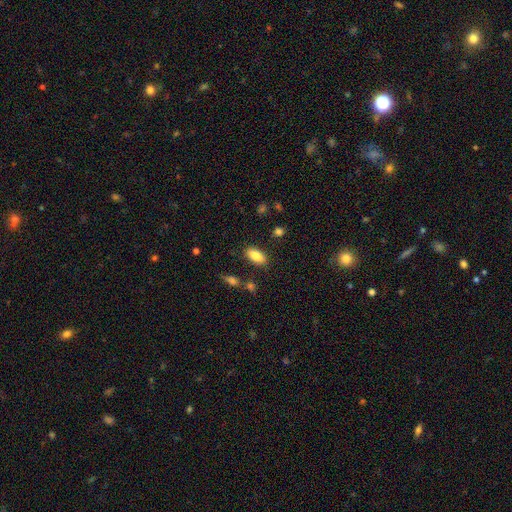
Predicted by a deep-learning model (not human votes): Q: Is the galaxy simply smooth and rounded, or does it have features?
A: smooth — 85%.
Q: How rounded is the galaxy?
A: in between — 90%.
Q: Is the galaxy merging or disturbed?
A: none — 84%.